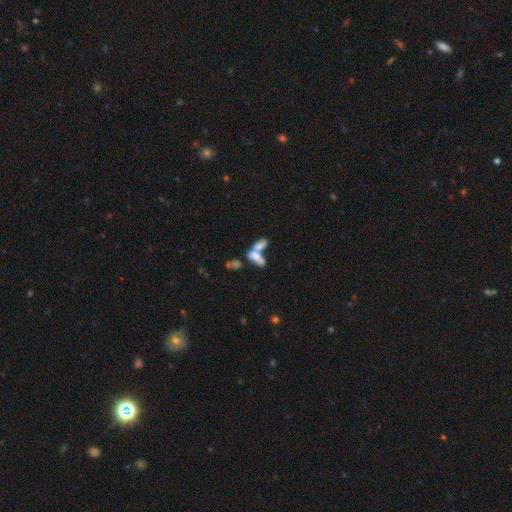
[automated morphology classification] Smooth or featured?
  - smooth: 60% *
  - featured or disk: 30%
  - star or artifact: 11%
How rounded?
  - in between: 79% *
  - cigar-shaped: 13%
  - round: 8%
Merging?
  - merger: 69% *
  - none: 16%
  - major disturbance: 8%
  - minor disturbance: 7%